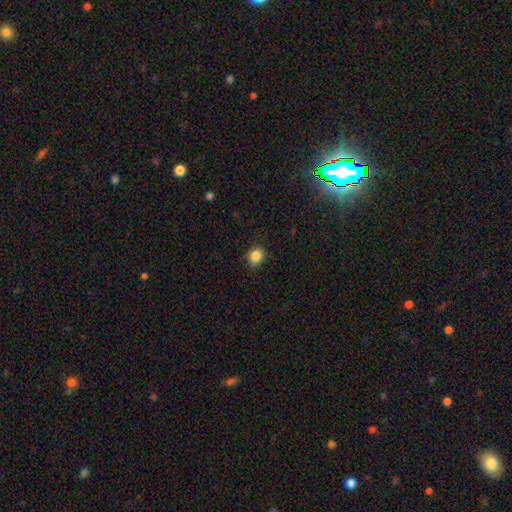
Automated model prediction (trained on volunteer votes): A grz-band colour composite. It shows a smooth galaxy with no disk features (86%) that is round (65%). Merging: none (83%).